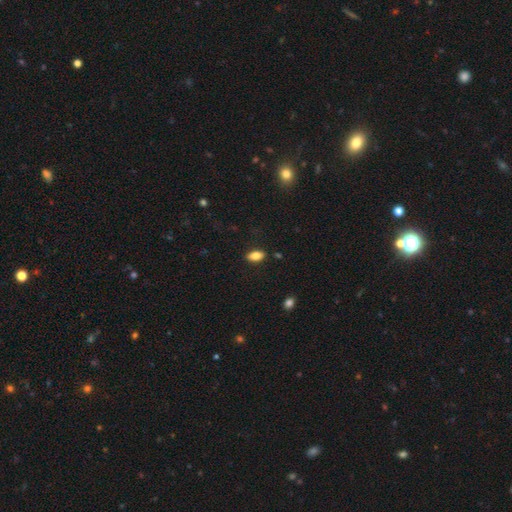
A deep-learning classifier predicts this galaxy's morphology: Overall: smooth (80%). How rounded: in between (88%). Merging: none (86%).